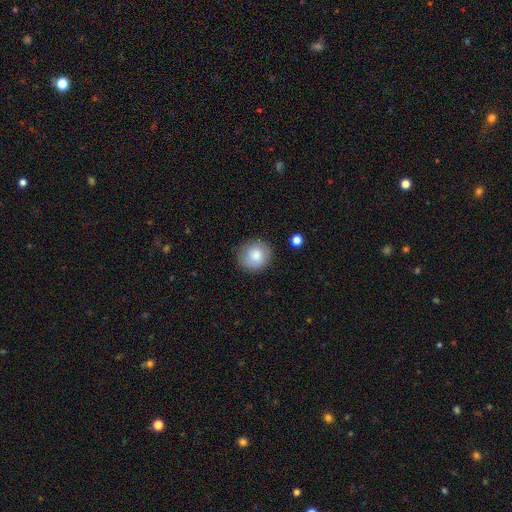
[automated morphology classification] Smooth or featured: smooth — 83% (featured or disk — 10%)
How rounded: round — 85% (in between — 14%)
Merging: none — 82% (minor disturbance — 13%)